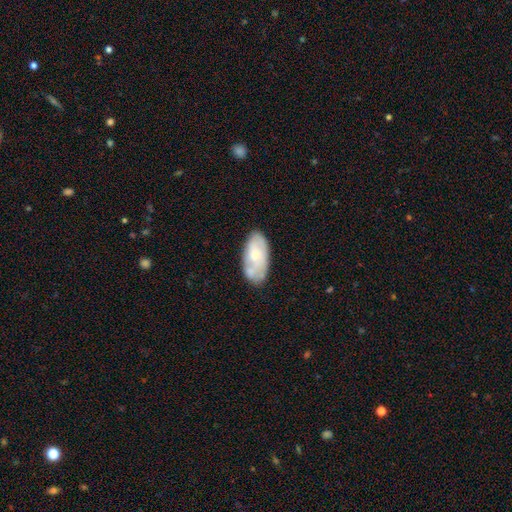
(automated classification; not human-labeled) Smooth or featured? Predicted: smooth (p=0.51). How rounded? Predicted: in between (p=0.93). Merging? Predicted: none (p=0.61).